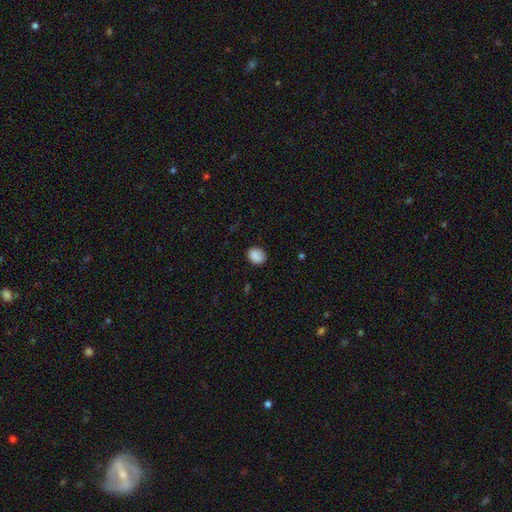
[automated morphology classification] Smooth or featured?
  - smooth: 88% *
  - star or artifact: 8%
  - featured or disk: 4%
How rounded?
  - round: 51% *
  - in between: 48%
  - cigar-shaped: 1%
Merging?
  - none: 83% *
  - minor disturbance: 13%
  - major disturbance: 3%
  - merger: 1%